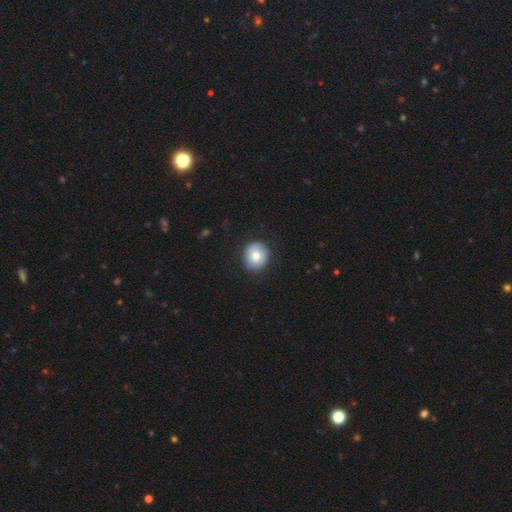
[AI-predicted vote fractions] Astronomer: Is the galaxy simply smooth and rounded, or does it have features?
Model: smooth — 77%.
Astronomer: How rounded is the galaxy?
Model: round — 80%.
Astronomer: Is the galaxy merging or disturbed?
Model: none — 84%.